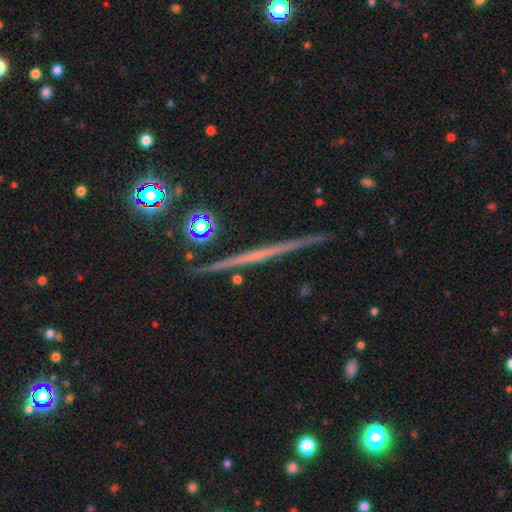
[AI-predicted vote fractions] Q: Smooth or featured?
A: featured or disk (66%); runner-up: smooth (22%)
Q: Edge-on disk?
A: yes (98%); runner-up: no (2%)
Q: Edge-on bulge?
A: none (85%); runner-up: rounded (10%)
Q: Merging?
A: none (91%); runner-up: minor disturbance (6%)